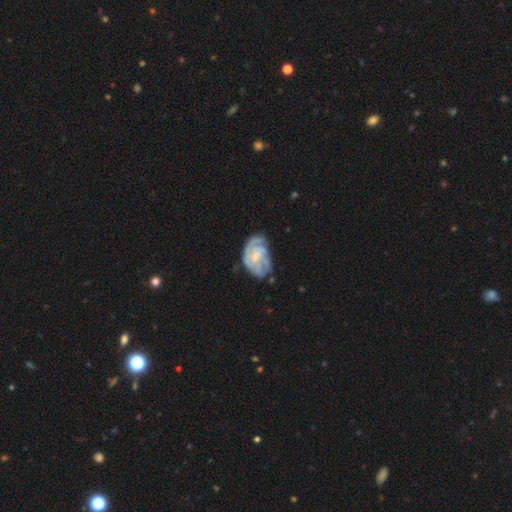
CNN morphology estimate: The model was most divided on "spiral arm count": can't tell: 30%, 2: 28%, 3: 25%, 4: 7%, 1: 7%, more than 4: 4%. More confident: edge-on disk — no (98%); spiral arms — yes (92%); smooth or featured — featured or disk (80%); bar — no (59%); merging — none (58%); spiral winding — tight (58%); bulge size — small (55%).